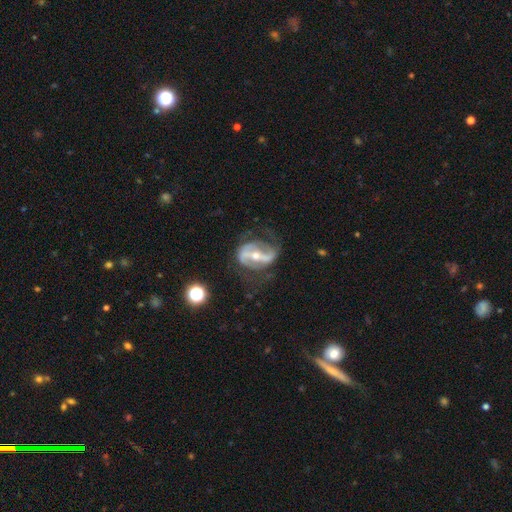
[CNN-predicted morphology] This is clearly a featured or disk galaxy (87%). It is clearly not viewed edge-on (95%). Bar: likely strong (66%). Spiral arm pattern: clearly yes (89%). Spiral arm count: clearly 2 (84%). Spiral winding: marginally medium (42%). Central bulge: possibly moderate (51%). Merging: possibly none (56%).